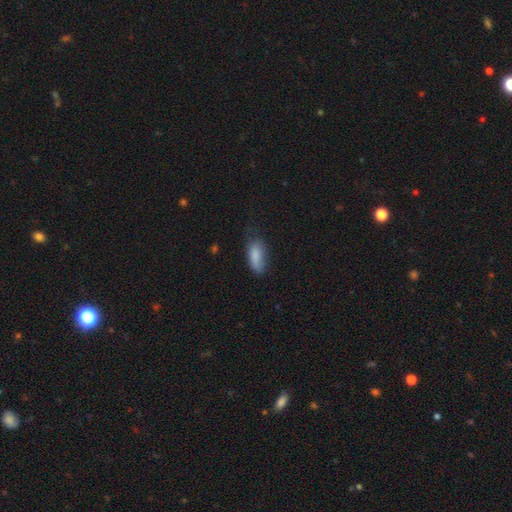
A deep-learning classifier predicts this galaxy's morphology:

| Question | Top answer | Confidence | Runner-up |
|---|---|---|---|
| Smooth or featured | smooth | 84% | featured or disk (8%) |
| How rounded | in between | 85% | cigar-shaped (13%) |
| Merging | none | 50% | minor disturbance (35%) |